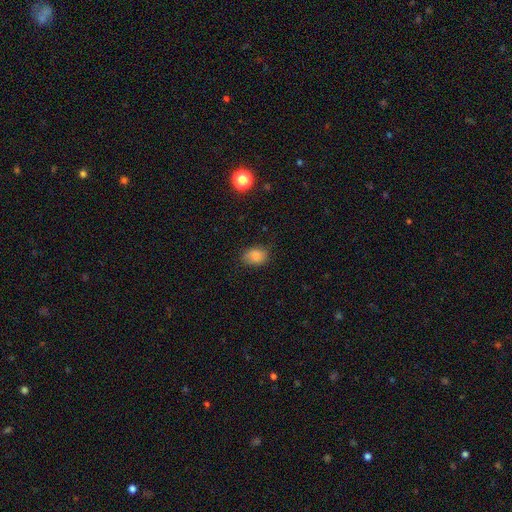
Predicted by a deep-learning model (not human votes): A smooth galaxy with no disk features (83%) that is in between round and cigar-shaped (65%).

Vote fractions:
- Smooth or featured? smooth: 83% / star or artifact: 10% / featured or disk: 7%
- How rounded? in between: 65% / round: 34% / cigar-shaped: 1%
- Merging? none: 69% / minor disturbance: 24% / major disturbance: 6% / merger: 1%